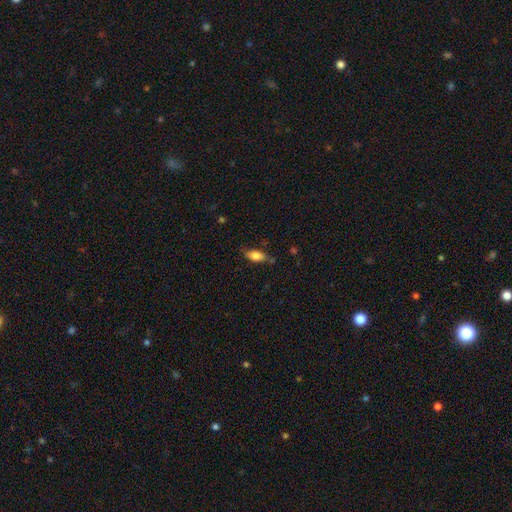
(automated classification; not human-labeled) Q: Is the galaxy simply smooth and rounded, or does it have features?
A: smooth — 74%.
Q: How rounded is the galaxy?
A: in between — 80%.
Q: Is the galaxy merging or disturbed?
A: none — 69%.